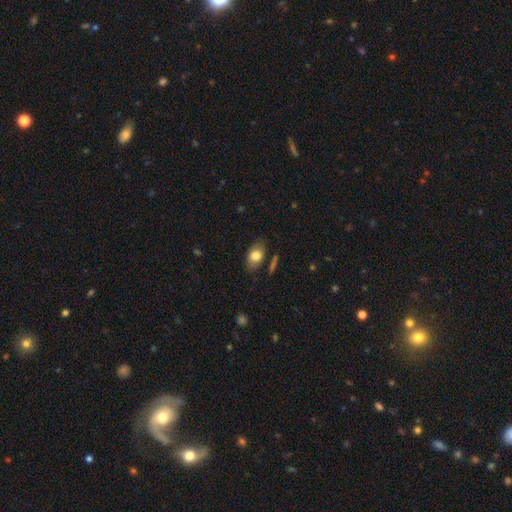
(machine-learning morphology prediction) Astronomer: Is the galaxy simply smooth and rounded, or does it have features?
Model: smooth — 78%.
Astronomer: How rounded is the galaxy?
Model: in between — 86%.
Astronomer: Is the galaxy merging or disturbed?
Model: none — 76%.